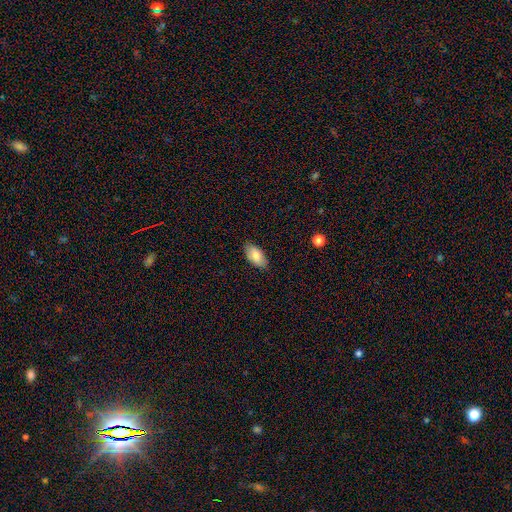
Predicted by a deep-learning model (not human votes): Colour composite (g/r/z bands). It shows a smooth galaxy with no disk features (83%) that is in between round and cigar-shaped (93%). Merging: none (85%).